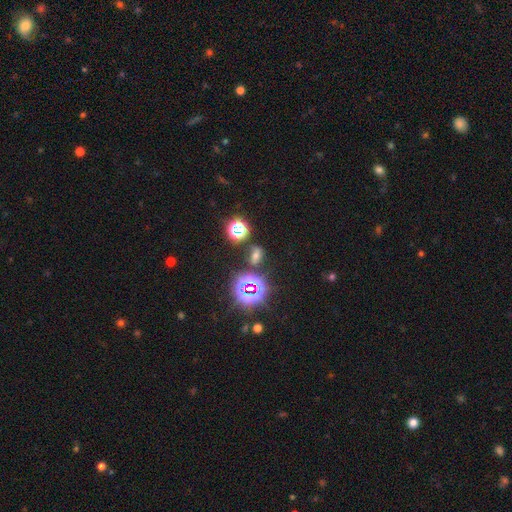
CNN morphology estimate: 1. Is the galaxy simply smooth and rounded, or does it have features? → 49% star or artifact, 39% smooth, 12% featured or disk.